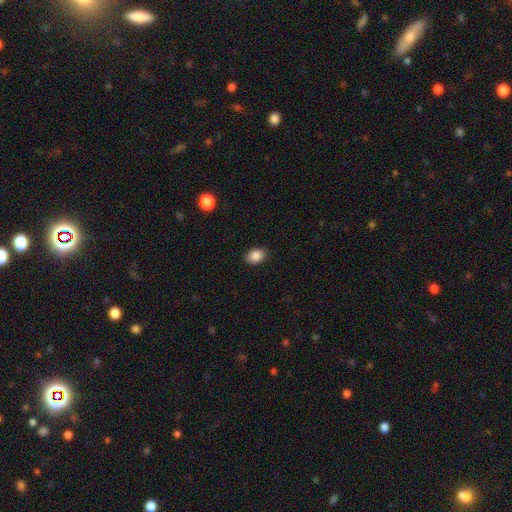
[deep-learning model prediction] smooth_or_featured: smooth (p=0.87) [alt: star or artifact p=0.08]
how_rounded: in between (p=0.77) [alt: round p=0.22]
merging: none (p=0.89) [alt: minor disturbance p=0.08]